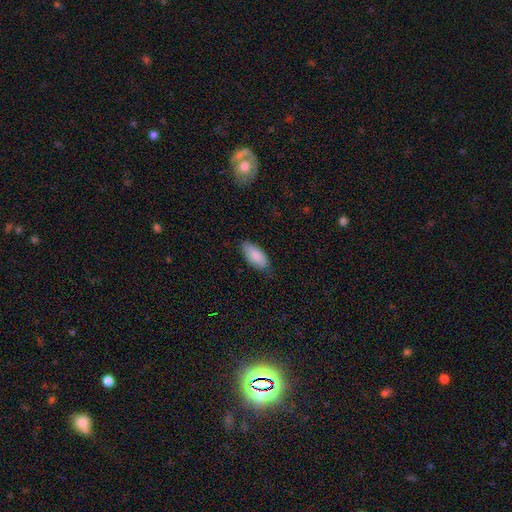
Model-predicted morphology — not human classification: The model was most divided on "merging": none: 73%, minor disturbance: 22%, major disturbance: 4%, merger: 1%. More confident: how rounded — in between (89%); smooth or featured — smooth (88%).